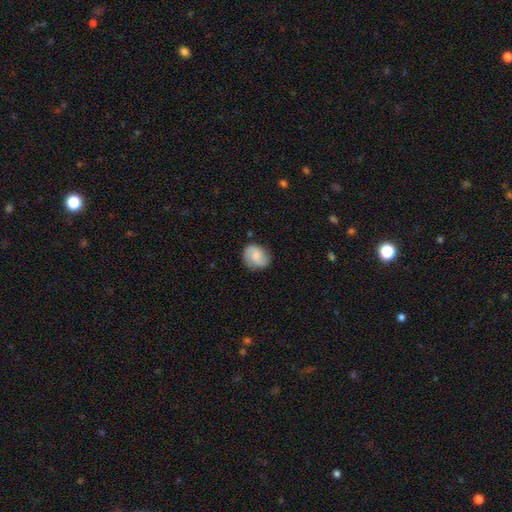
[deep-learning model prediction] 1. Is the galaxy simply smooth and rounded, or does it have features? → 61% smooth, 32% featured or disk, 8% star or artifact.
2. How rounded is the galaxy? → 61% round, 38% in between, 1% cigar-shaped.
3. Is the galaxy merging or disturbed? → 74% none, 20% minor disturbance, 5% major disturbance, 1% merger.